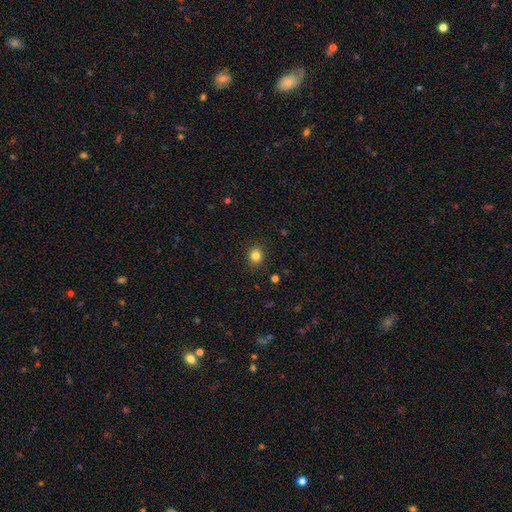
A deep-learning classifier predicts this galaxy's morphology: Smooth or featured? smooth (83%)
How rounded? round (72%)
Merging? none (90%)